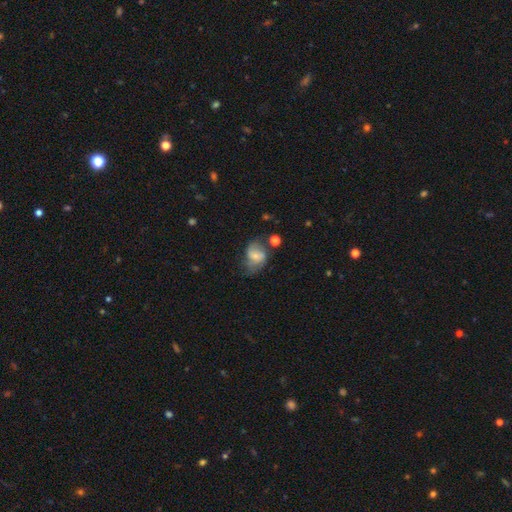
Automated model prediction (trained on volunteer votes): A smooth galaxy with no disk features (51%) that is in between round and cigar-shaped (62%). Merging: none (39%).